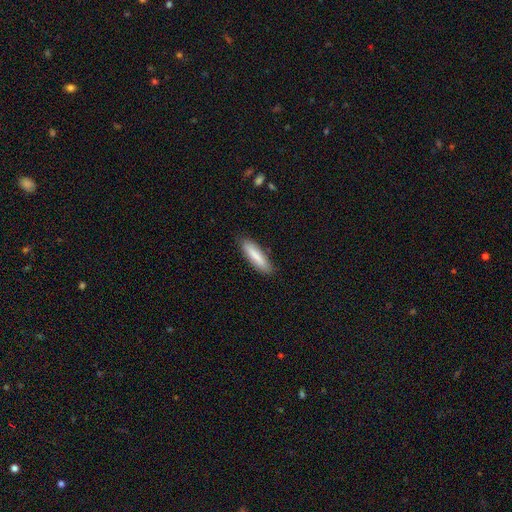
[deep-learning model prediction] Smooth or featured: smooth — 83% (featured or disk — 12%)
How rounded: cigar-shaped — 69% (in between — 30%)
Merging: none — 85% (minor disturbance — 11%)